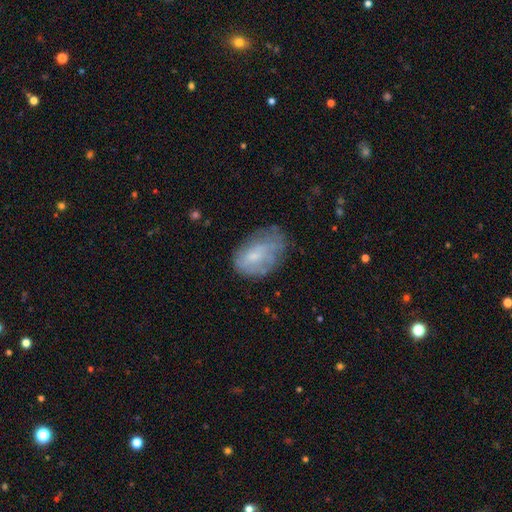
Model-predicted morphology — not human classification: This is possibly a smooth galaxy (57%). How rounded: clearly in between (86%). Merging: possibly none (51%).